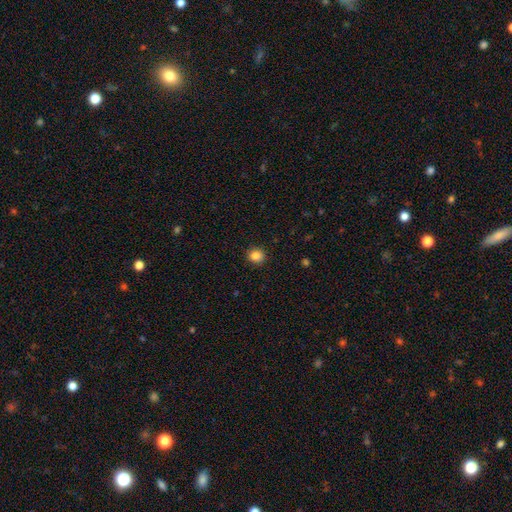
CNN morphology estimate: Q: Smooth or featured?
A: smooth (85%); runner-up: star or artifact (11%)
Q: How rounded?
A: round (87%); runner-up: in between (12%)
Q: Merging?
A: none (92%); runner-up: minor disturbance (6%)